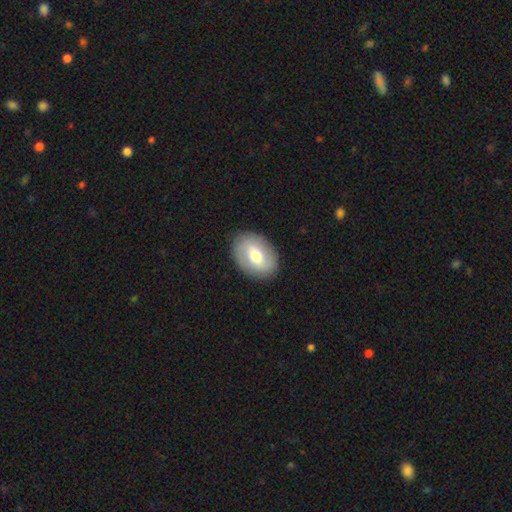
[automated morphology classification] smooth_or_featured: smooth (p=0.55) [alt: featured or disk p=0.39]
how_rounded: in between (p=0.78) [alt: round p=0.21]
merging: none (p=0.88) [alt: minor disturbance p=0.08]